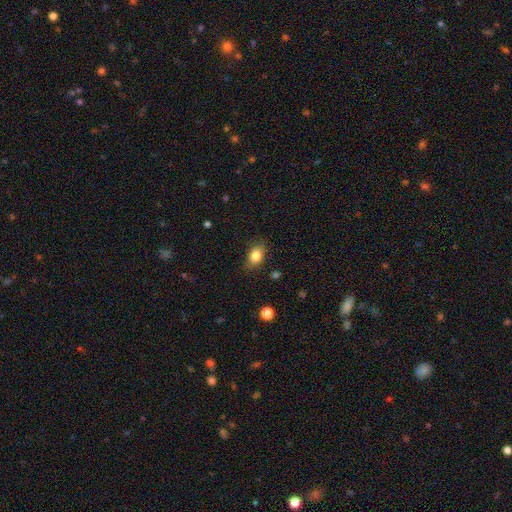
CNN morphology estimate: A smooth galaxy with no disk features (83%) that is in between round and cigar-shaped (76%). Merging: none (79%).